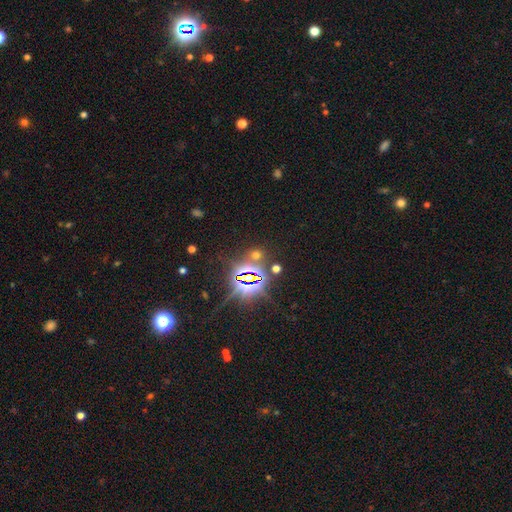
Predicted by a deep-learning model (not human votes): Smooth or featured: star or artifact — 74% (smooth — 18%)